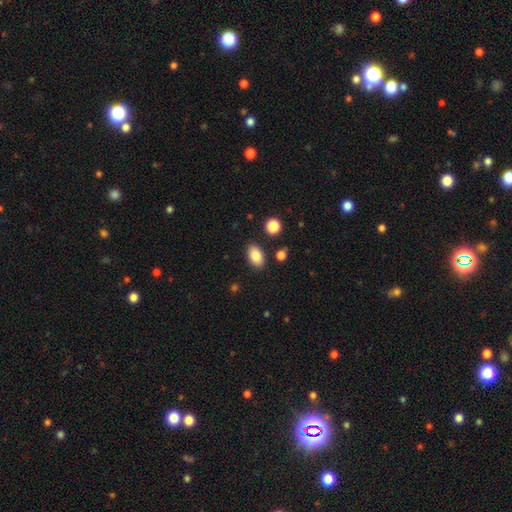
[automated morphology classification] The model was most divided on "smooth or featured": smooth: 84%, star or artifact: 8%, featured or disk: 8%. More confident: how rounded — in between (90%); merging — none (86%).